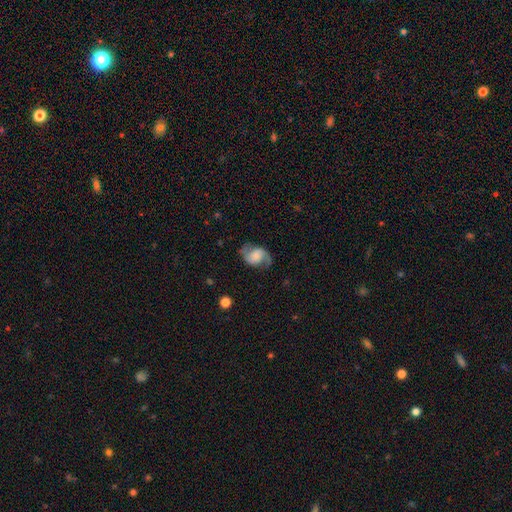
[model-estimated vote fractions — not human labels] Overall: featured or disk (76%). Edge-on disk: no (98%). Bar: no (56%; weak 35%). Spiral arms: yes (95%). Spiral arm count: 2 (92%). Spiral winding: medium (45%; loose 42%). Bulge size: none (31%; small 24%). Merging: none (75%).